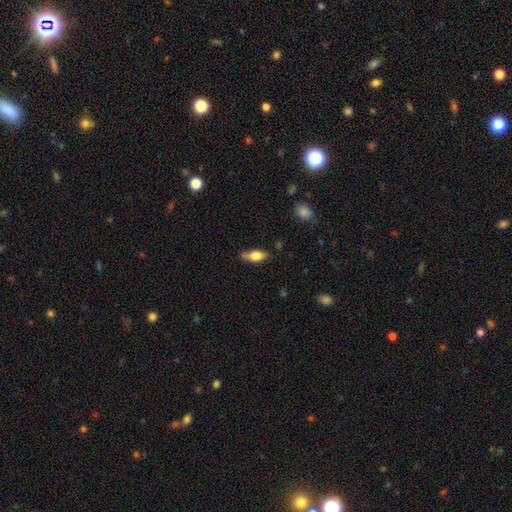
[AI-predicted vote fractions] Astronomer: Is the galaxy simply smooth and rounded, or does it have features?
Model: smooth — 69%.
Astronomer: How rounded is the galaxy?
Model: in between — 78%.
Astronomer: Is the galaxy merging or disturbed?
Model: none — 72%.